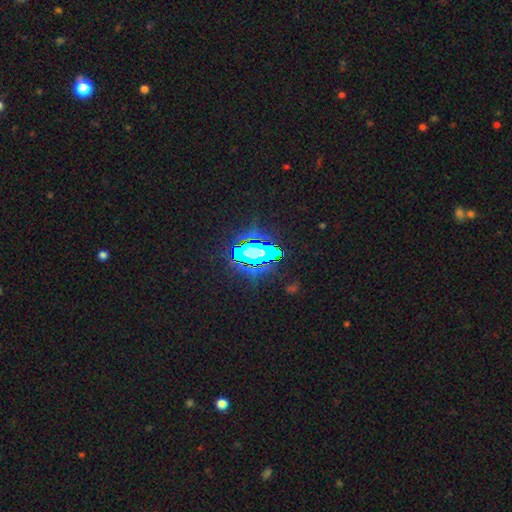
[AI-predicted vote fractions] A star or artifact, not a galaxy (81%).